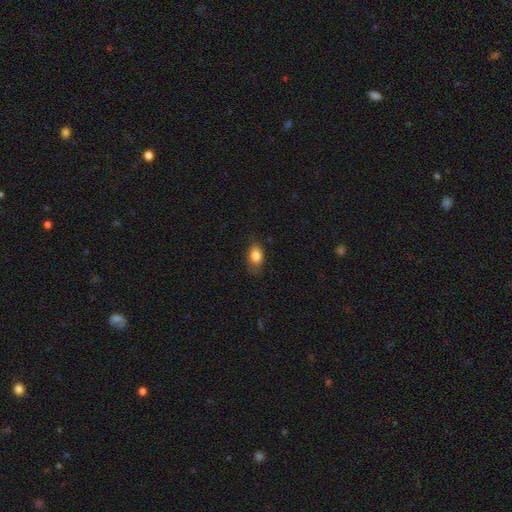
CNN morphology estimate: Smooth or featured: smooth — 81% (featured or disk — 10%)
How rounded: in between — 82% (round — 14%)
Merging: none — 71% (minor disturbance — 23%)